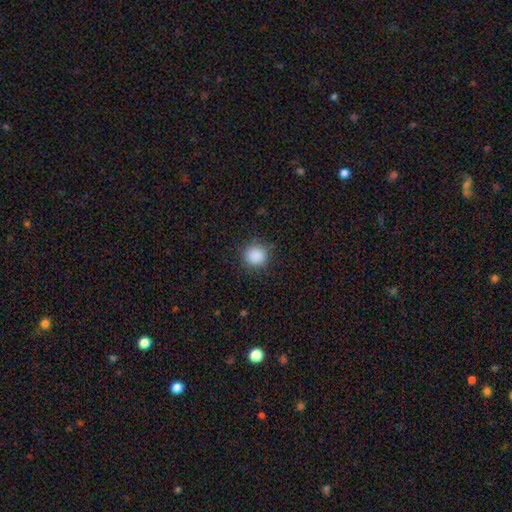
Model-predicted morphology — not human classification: This is clearly a smooth galaxy (88%). How rounded: clearly round (89%). Merging: clearly none (86%).